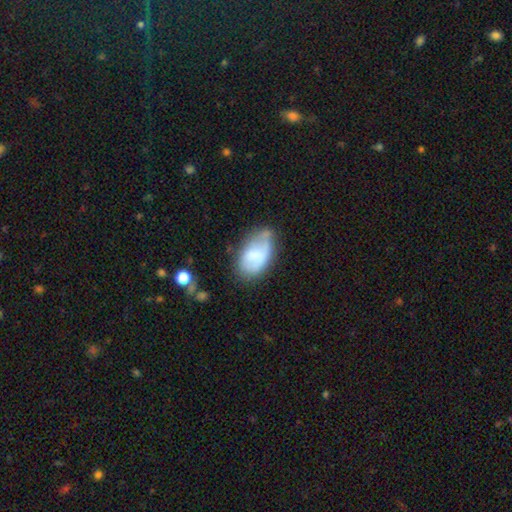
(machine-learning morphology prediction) smooth_or_featured: smooth (p=0.60) [alt: featured or disk p=0.32]
how_rounded: in between (p=0.91) [alt: round p=0.07]
merging: none (p=0.42) [alt: minor disturbance p=0.35]